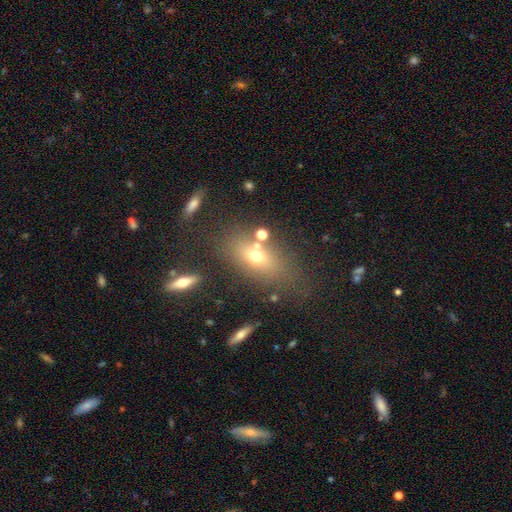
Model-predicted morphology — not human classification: Smooth or featured? Predicted: smooth (p=0.61). How rounded? Predicted: in between (p=0.69). Merging? Predicted: none (p=0.62).